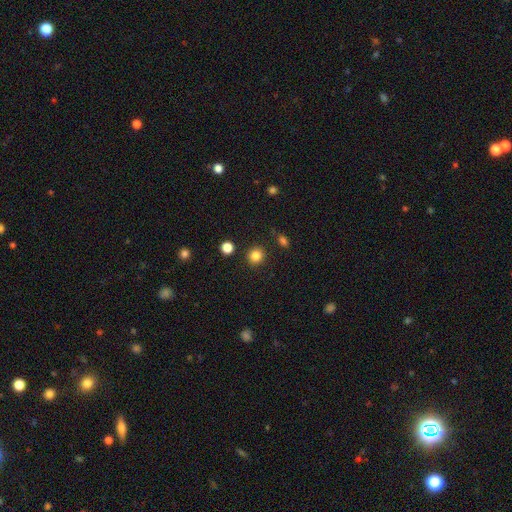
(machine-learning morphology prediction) smooth 84%, star or artifact 12%, featured or disk 4%. Down the decision tree: how rounded — round (91%); merging — none (89%).